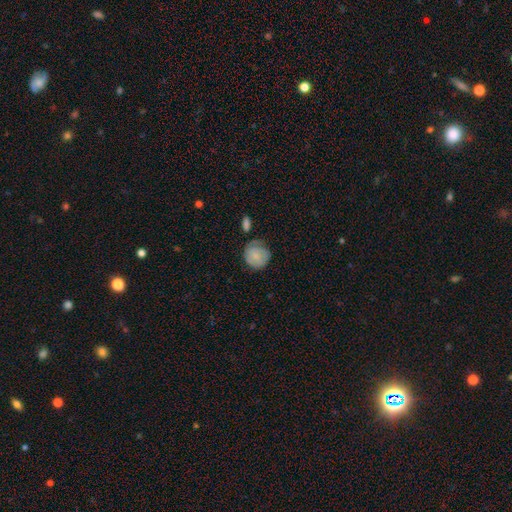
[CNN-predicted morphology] This is likely a smooth galaxy (73%). How rounded: clearly round (85%). Merging: possibly none (58%).